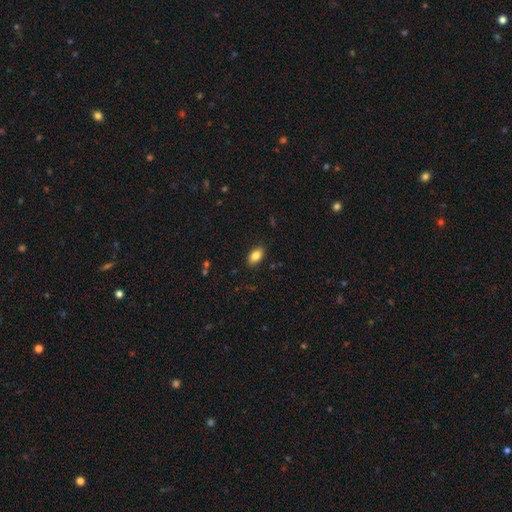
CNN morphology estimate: This appears to be a smooth galaxy with no disk features (83%) that is in between round and cigar-shaped (91%). Merging: none (88%).